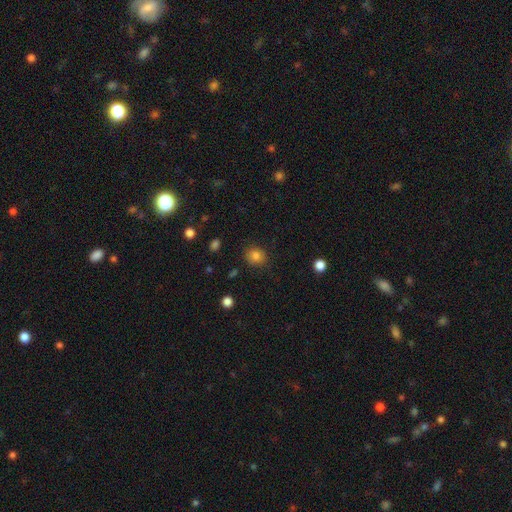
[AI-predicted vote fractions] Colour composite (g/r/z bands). It shows a smooth galaxy with no disk features (83%) that is round (77%). Merging: none (85%).